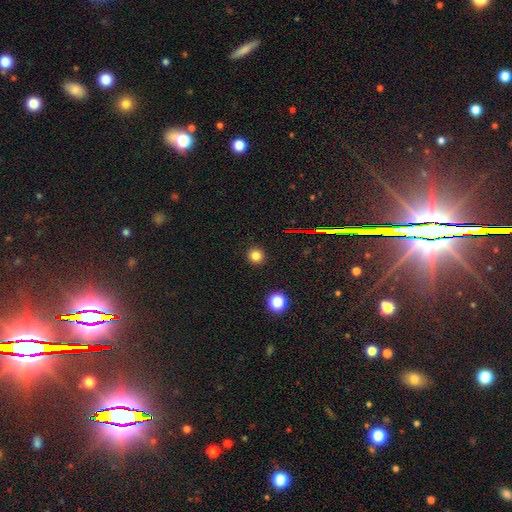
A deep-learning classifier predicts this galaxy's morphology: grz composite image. It shows a smooth galaxy with no disk features (80%) that is round (93%). Merging: none (92%).